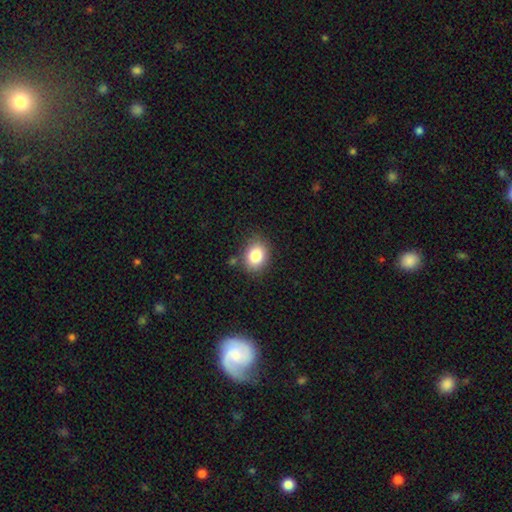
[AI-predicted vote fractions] Overall: smooth (84%). How rounded: in between (57%; round 42%). Merging: none (81%).